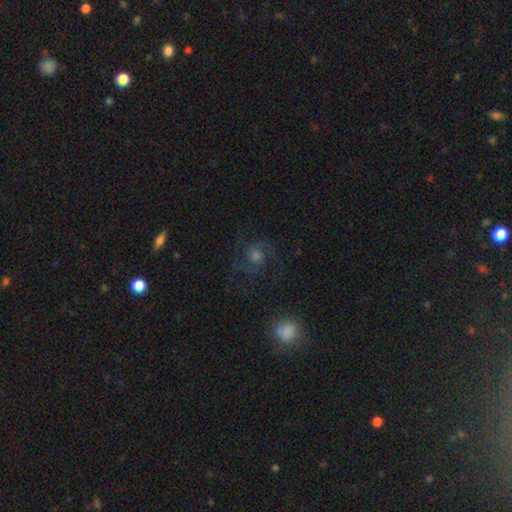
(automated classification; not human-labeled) Smooth or featured? Predicted: featured or disk (p=0.72). Edge-on disk? Predicted: no (p=0.98). Bar? Predicted: no (p=0.68). Spiral arms? Predicted: yes (p=0.95). Spiral winding? Predicted: medium (p=0.54). Spiral arm count? Predicted: 2 (p=0.72). Bulge size? Predicted: moderate (p=0.51). Merging? Predicted: none (p=0.75).